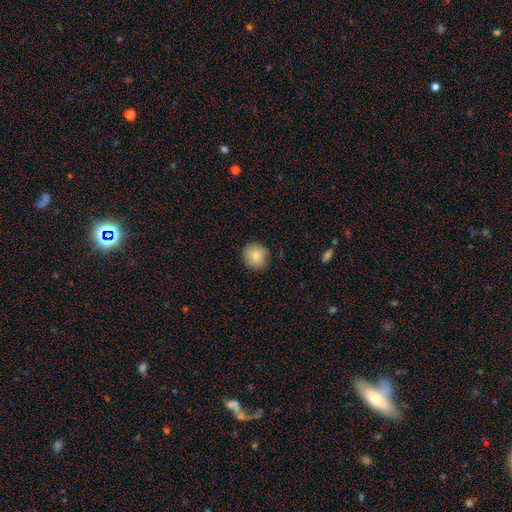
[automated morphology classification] Smooth or featured: smooth — 80% (featured or disk — 12%)
How rounded: round — 91% (in between — 8%)
Merging: none — 85% (minor disturbance — 12%)